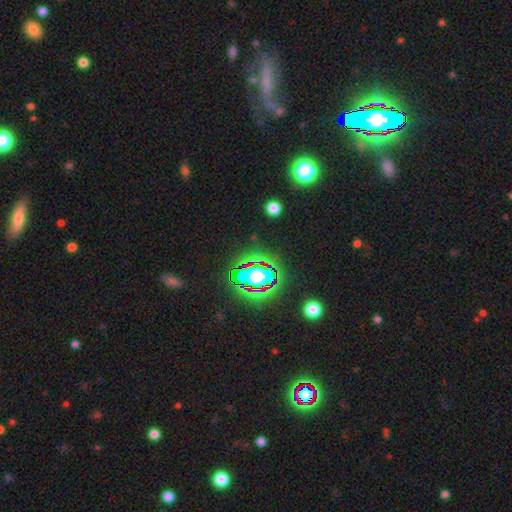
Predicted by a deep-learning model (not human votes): Morphology: type=star or artifact (73%).